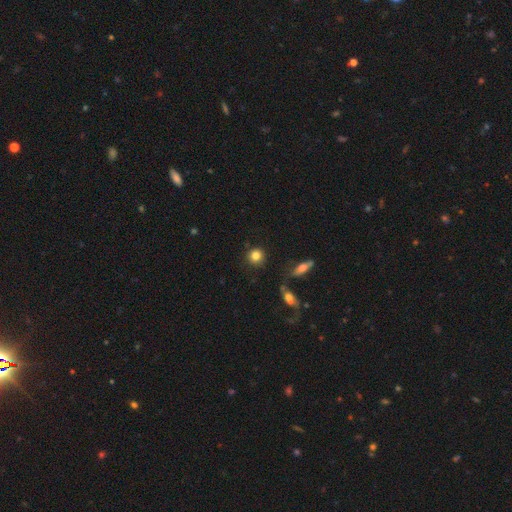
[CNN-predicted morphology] Smooth or featured?
  - smooth: 83% *
  - star or artifact: 10%
  - featured or disk: 7%
How rounded?
  - round: 90% *
  - in between: 8%
  - cigar-shaped: 1%
Merging?
  - none: 86% *
  - minor disturbance: 8%
  - merger: 3%
  - major disturbance: 3%